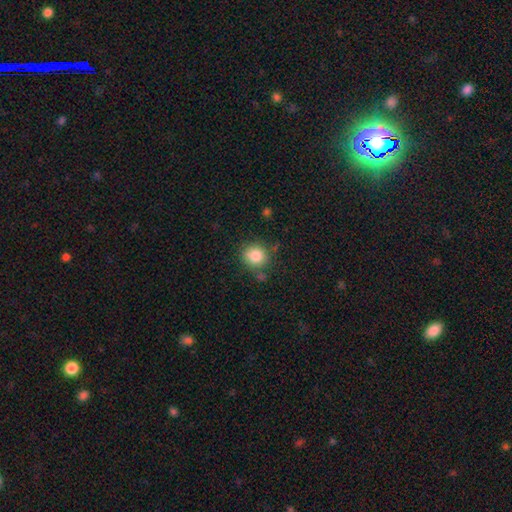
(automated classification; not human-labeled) This is clearly a smooth galaxy (84%). How rounded: clearly round (86%). Merging: likely none (76%).